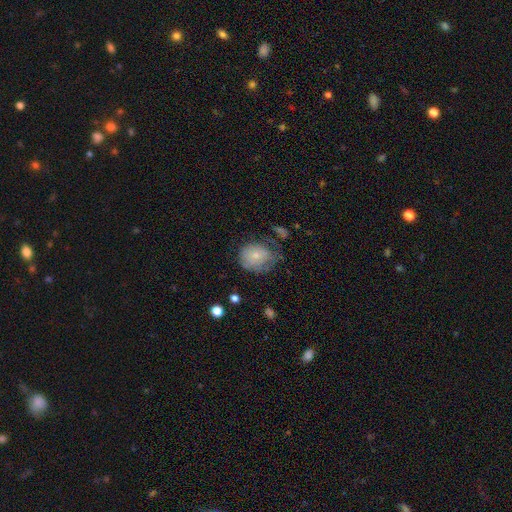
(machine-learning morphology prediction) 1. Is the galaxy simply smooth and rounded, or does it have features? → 68% smooth, 24% featured or disk, 9% star or artifact.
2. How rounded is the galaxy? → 62% round, 37% in between, 1% cigar-shaped.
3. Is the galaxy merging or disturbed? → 45% none, 31% minor disturbance, 21% major disturbance, 4% merger.